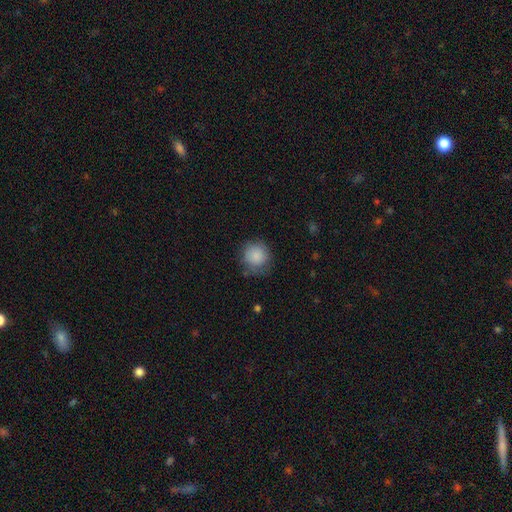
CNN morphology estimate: Smooth or featured?
  - smooth: 86% *
  - star or artifact: 8%
  - featured or disk: 6%
How rounded?
  - round: 91% *
  - in between: 8%
  - cigar-shaped: 1%
Merging?
  - none: 73% *
  - minor disturbance: 19%
  - major disturbance: 6%
  - merger: 2%